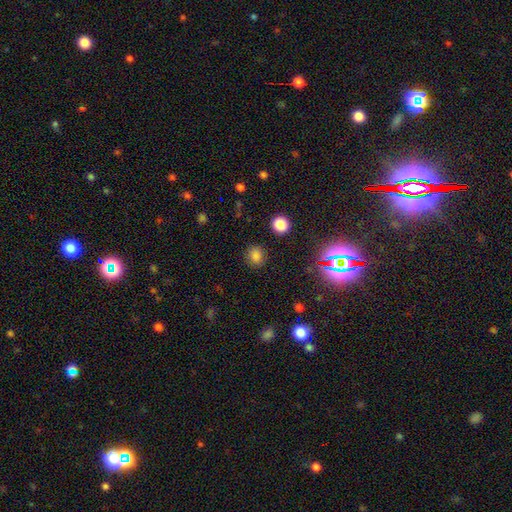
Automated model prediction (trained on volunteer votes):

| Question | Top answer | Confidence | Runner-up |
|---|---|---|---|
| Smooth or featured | smooth | 78% | star or artifact (17%) |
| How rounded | round | 73% | in between (26%) |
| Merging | none | 86% | minor disturbance (9%) |